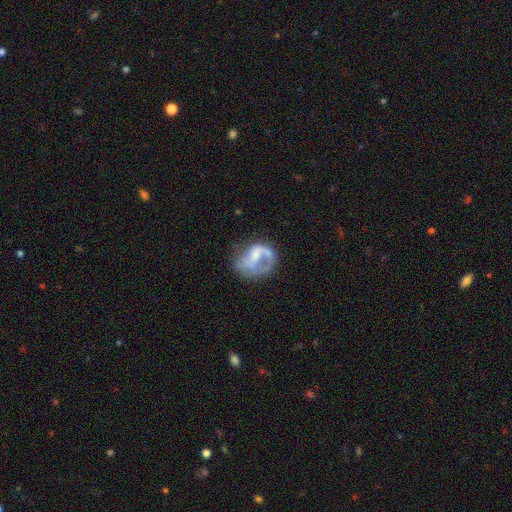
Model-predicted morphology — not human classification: This is possibly a featured or disk galaxy (58%). It is clearly not viewed edge-on (98%). Bar: possibly no (56%). Spiral arm pattern: likely yes (60%). Central bulge: marginally none (32%, tied with small). Merging: marginally major disturbance (37%, tied with none).